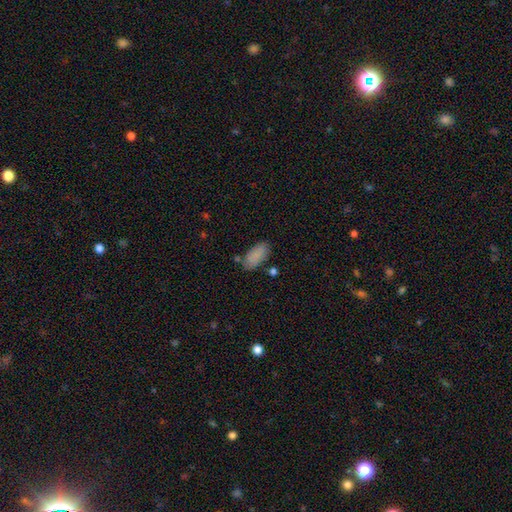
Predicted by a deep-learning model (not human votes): Overall: smooth (87%). How rounded: in between (90%). Merging: none (75%).